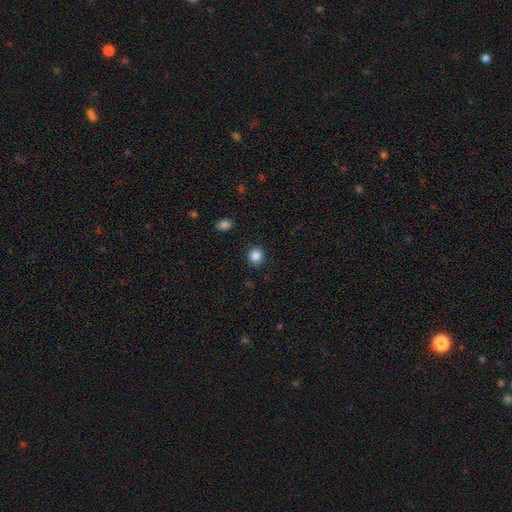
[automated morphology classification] smooth 86%, star or artifact 11%, featured or disk 3%. Down the decision tree: how rounded — round (88%); merging — none (91%).